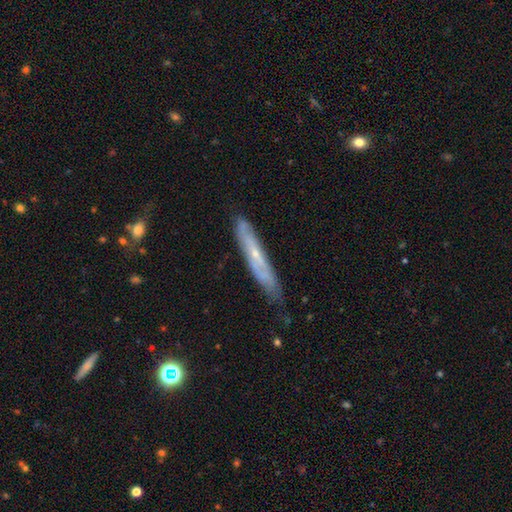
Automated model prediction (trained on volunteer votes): A featured or disk galaxy (62%) viewed edge-on (68%). Merging: none (74%).